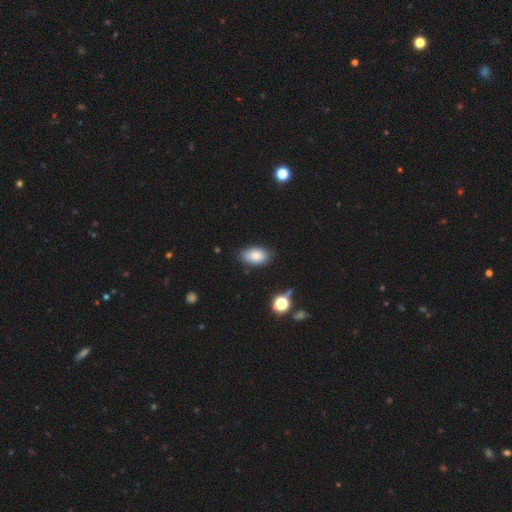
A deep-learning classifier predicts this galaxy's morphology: Overall: smooth (84%). How rounded: in between (92%). Merging: none (81%).